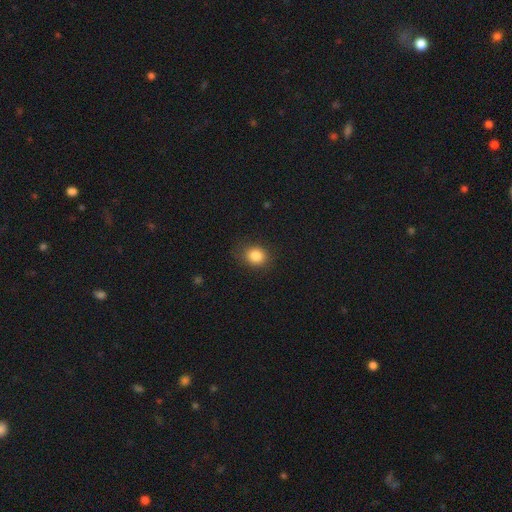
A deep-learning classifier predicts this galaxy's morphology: This is clearly a smooth galaxy (85%). How rounded: likely round (64%). Merging: clearly none (82%).